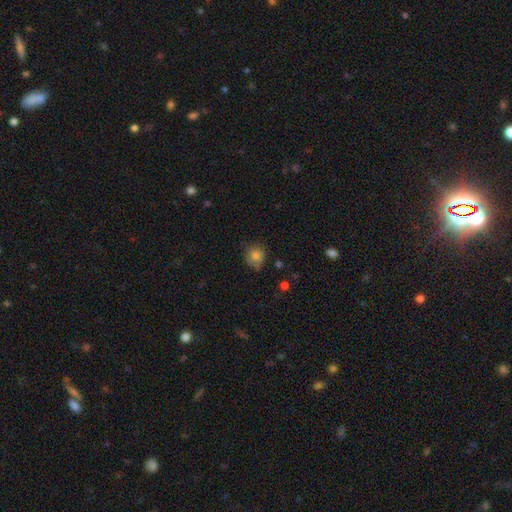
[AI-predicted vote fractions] Morphology: type=smooth (82%); roundness=round (84%); merging=none (67%).